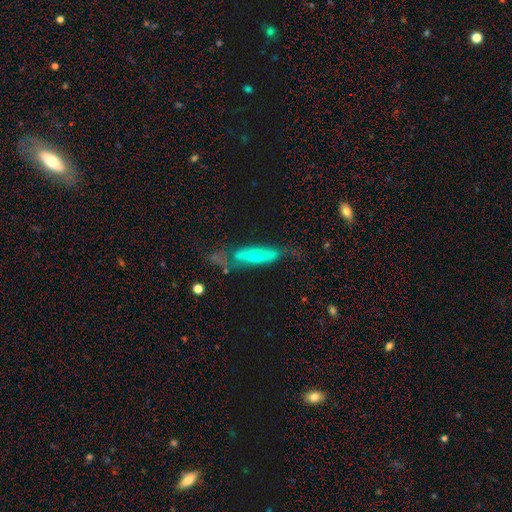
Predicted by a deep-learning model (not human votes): smooth_or_featured: smooth (p=0.53) [alt: featured or disk p=0.39]
how_rounded: cigar-shaped (p=0.60) [alt: in between p=0.38]
merging: none (p=0.42) [alt: minor disturbance p=0.28]